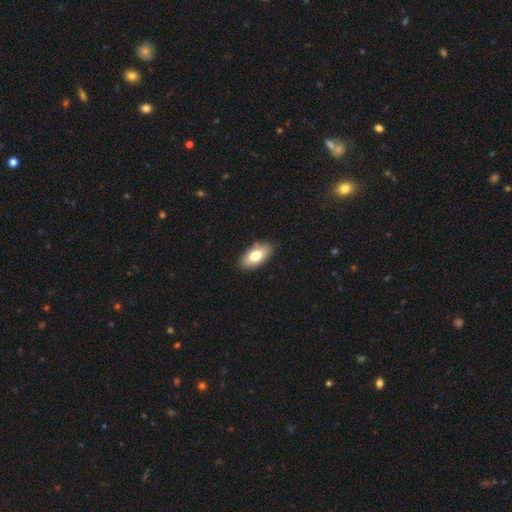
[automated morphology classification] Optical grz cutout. It shows a smooth galaxy with no disk features (74%) that is in between round and cigar-shaped (91%). Merging: none (87%).